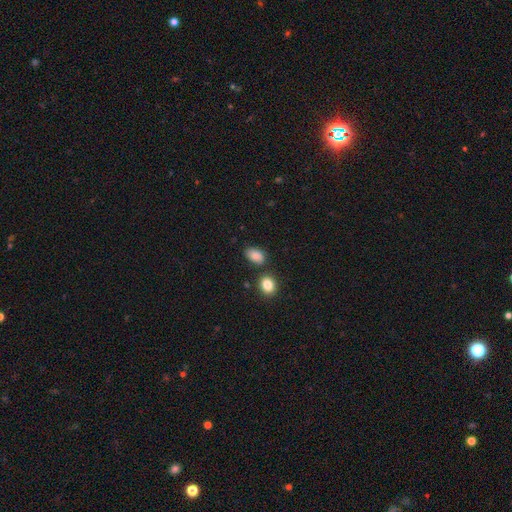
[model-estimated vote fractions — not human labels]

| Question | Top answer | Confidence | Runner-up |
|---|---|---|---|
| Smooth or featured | smooth | 86% | star or artifact (9%) |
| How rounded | in between | 88% | round (10%) |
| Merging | none | 72% | minor disturbance (16%) |